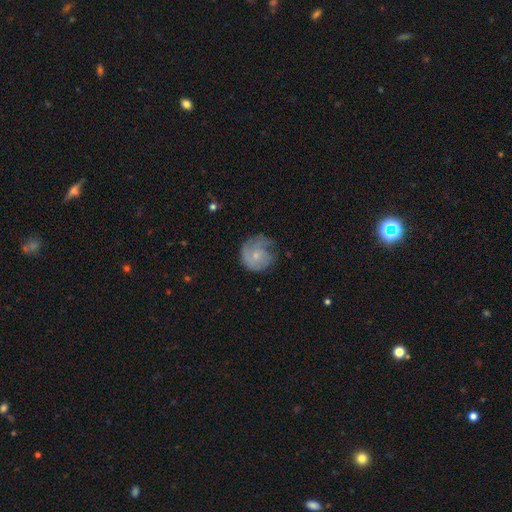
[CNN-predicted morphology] Q: Smooth or featured?
A: featured or disk (55%); runner-up: smooth (38%)
Q: Edge-on disk?
A: no (98%); runner-up: yes (2%)
Q: Bar?
A: no (80%); runner-up: weak (18%)
Q: Spiral arms?
A: yes (82%); runner-up: no (18%)
Q: Bulge size?
A: small (70%); runner-up: moderate (22%)
Q: Merging?
A: none (52%); runner-up: minor disturbance (27%)